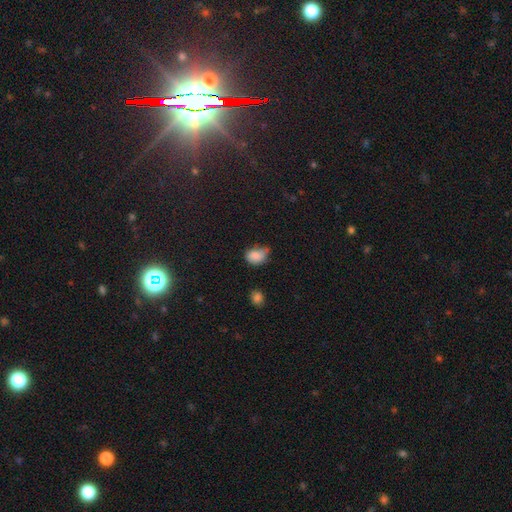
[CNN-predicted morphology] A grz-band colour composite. It shows a smooth galaxy with no disk features (83%) that is in between round and cigar-shaped (66%). Merging: minor disturbance (47%).